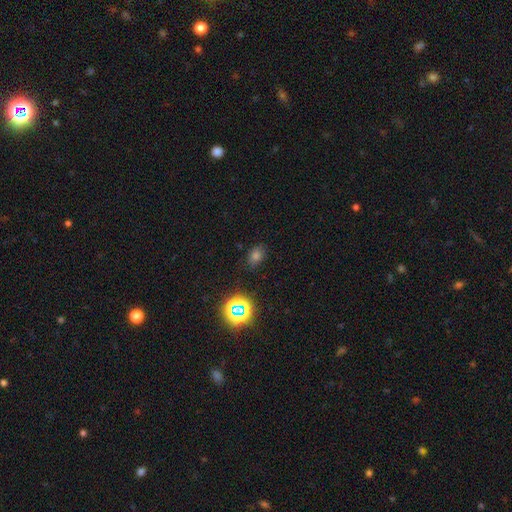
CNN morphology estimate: Smooth or featured?
  - smooth: 66% *
  - star or artifact: 27%
  - featured or disk: 8%
How rounded?
  - in between: 69% *
  - round: 29%
  - cigar-shaped: 1%
Merging?
  - none: 83% *
  - minor disturbance: 12%
  - major disturbance: 3%
  - merger: 2%